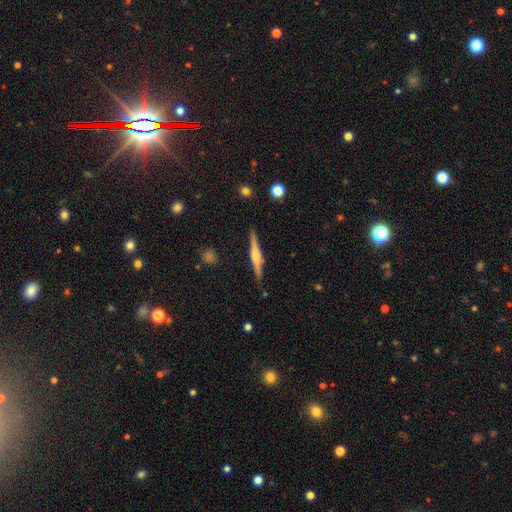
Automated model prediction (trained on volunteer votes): Overall: featured or disk (71%). Edge-on disk: yes (98%). Edge-on bulge: rounded (71%). Merging: none (89%).